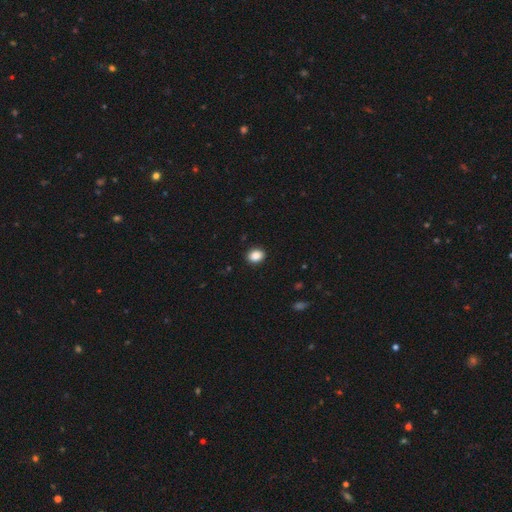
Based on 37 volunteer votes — Smooth or featured? 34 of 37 (92%) said smooth. How rounded? 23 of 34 (68%) said in between. Merging? 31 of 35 (89%) said none.